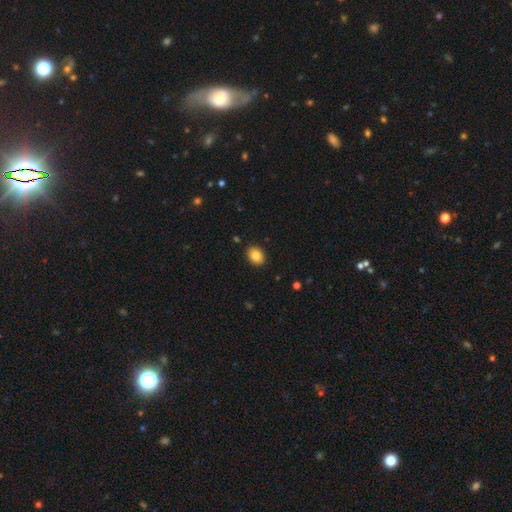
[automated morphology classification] Smooth or featured? Predicted: smooth (p=0.84). How rounded? Predicted: in between (p=0.61). Merging? Predicted: none (p=0.90).